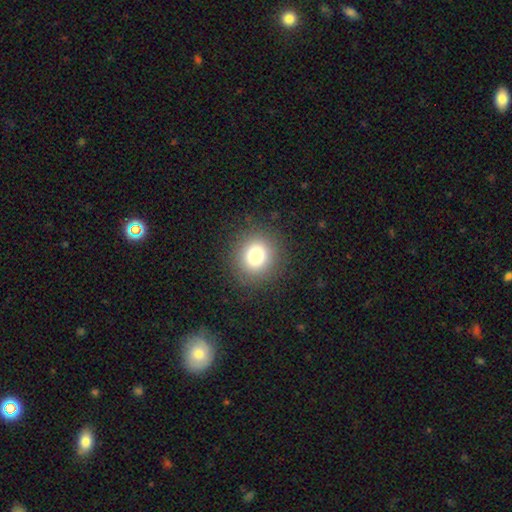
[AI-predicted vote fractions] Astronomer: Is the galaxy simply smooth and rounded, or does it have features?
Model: smooth — 79%.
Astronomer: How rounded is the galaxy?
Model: round — 86%.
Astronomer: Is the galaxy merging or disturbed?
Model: none — 89%.